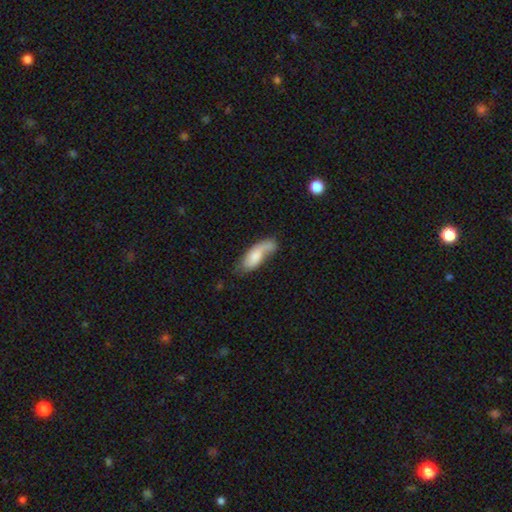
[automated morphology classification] A smooth galaxy with no disk features (62%) that is in between round and cigar-shaped (77%). Merging: none (43%).